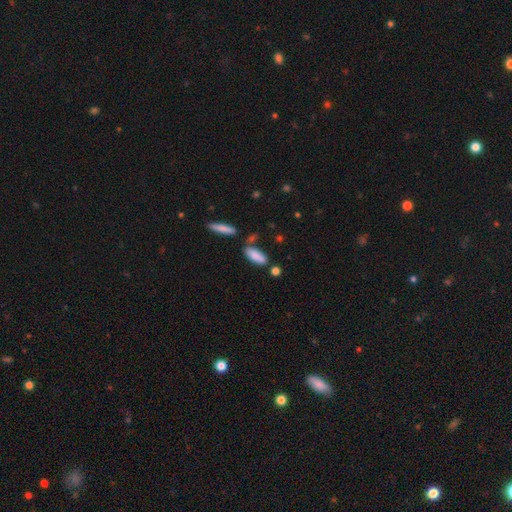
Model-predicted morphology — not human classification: smooth_or_featured: smooth (p=0.86) [alt: featured or disk p=0.08]
how_rounded: in between (p=0.65) [alt: cigar-shaped p=0.33]
merging: none (p=0.66) [alt: minor disturbance p=0.16]